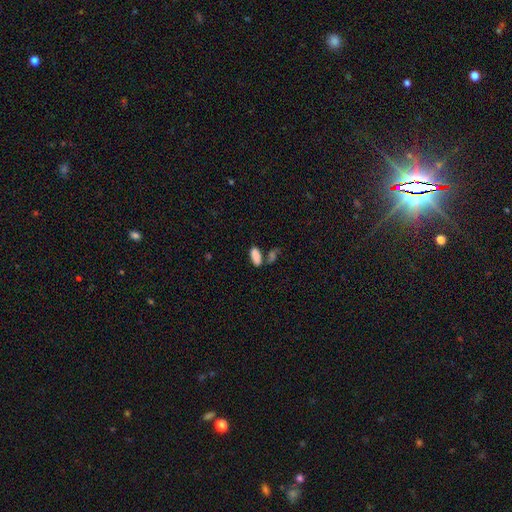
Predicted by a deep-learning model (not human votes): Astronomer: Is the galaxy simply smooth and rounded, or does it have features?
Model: smooth — 85%.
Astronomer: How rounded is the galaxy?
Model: in between — 85%.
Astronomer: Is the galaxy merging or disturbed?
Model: none — 50% (runner-up: merger, 32%).